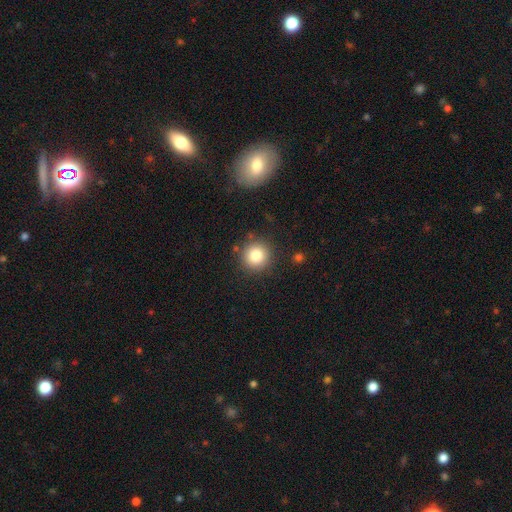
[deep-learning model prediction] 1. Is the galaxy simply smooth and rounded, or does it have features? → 83% smooth, 10% star or artifact, 7% featured or disk.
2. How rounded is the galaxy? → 94% round, 5% in between, 1% cigar-shaped.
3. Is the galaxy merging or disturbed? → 86% none, 8% minor disturbance, 3% major disturbance, 3% merger.